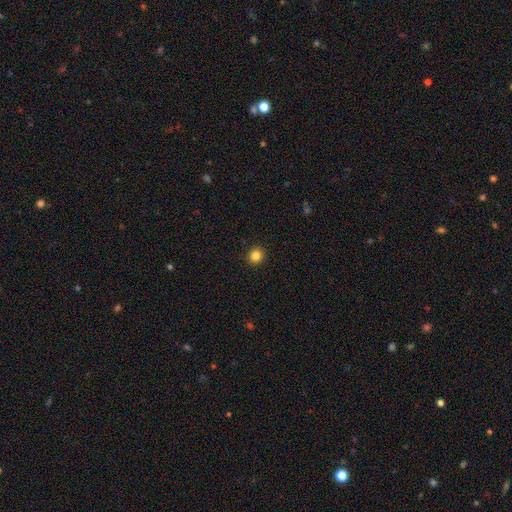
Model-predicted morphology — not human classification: smooth_or_featured: smooth (p=0.84) [alt: star or artifact p=0.11]
how_rounded: round (p=0.88) [alt: in between p=0.11]
merging: none (p=0.92) [alt: minor disturbance p=0.05]